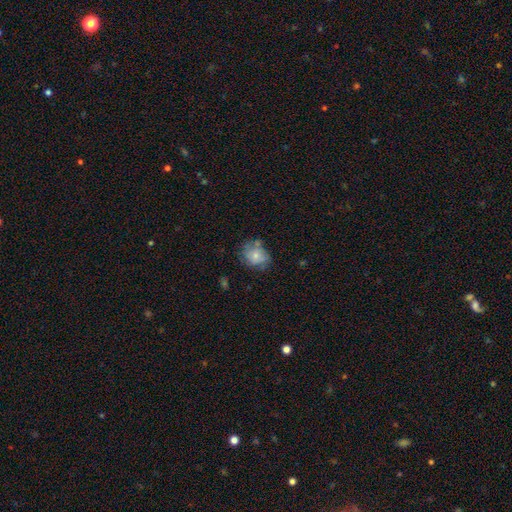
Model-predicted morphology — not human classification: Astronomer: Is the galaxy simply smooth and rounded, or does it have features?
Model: smooth — 65%.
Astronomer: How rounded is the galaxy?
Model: round — 59% (runner-up: in between, 40%).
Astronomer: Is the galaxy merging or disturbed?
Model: none — 54%.